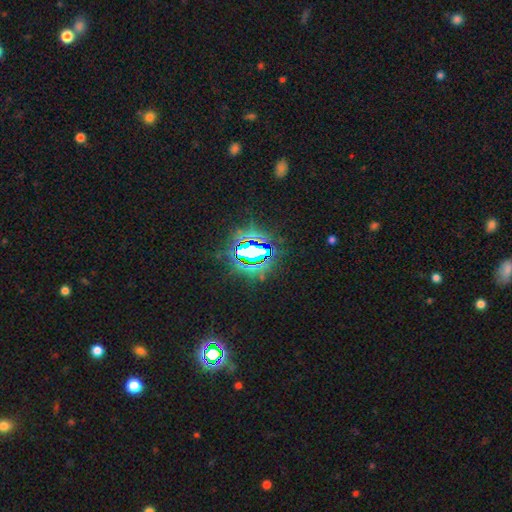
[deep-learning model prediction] Smooth or featured?
  - star or artifact: 79% *
  - smooth: 12%
  - featured or disk: 9%